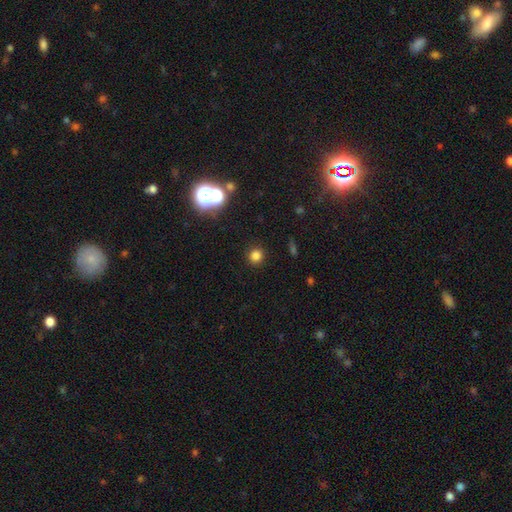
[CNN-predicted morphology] Overall: smooth (79%). How rounded: round (91%). Merging: none (90%).